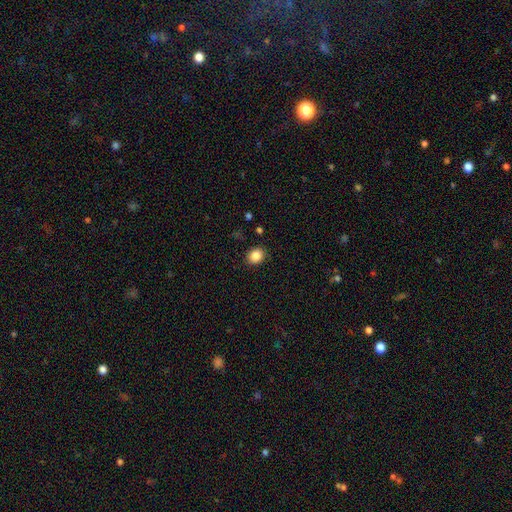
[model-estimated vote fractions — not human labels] smooth-or-featured: smooth: 86% | star or artifact: 10% | featured or disk: 4%
  how-rounded: round: 59% | in between: 40% | cigar-shaped: 1%
  merging: none: 89% | minor disturbance: 8% | major disturbance: 2% | merger: 1%